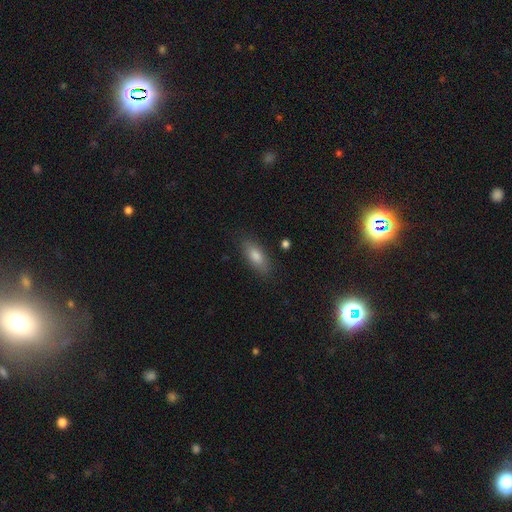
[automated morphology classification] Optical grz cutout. It shows a smooth galaxy with no disk features (76%) that is in between round and cigar-shaped (73%). Merging: none (85%).